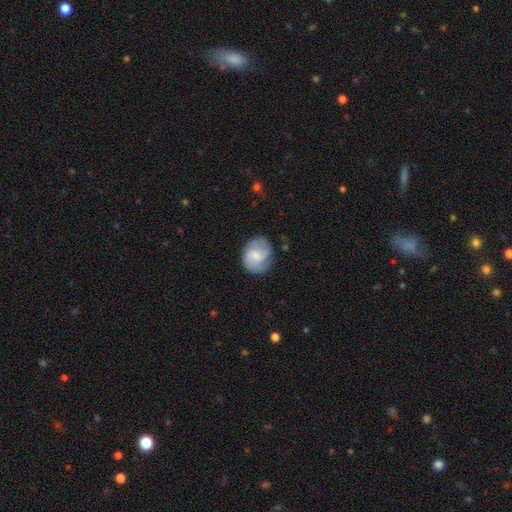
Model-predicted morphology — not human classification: Smooth or featured: featured or disk — 54% (smooth — 39%)
Edge-on disk: no — 98% (yes — 2%)
Bar: no — 53% (weak — 41%)
Spiral arms: yes — 88% (no — 12%)
Bulge size: small — 41% (moderate — 32%)
Merging: none — 70% (minor disturbance — 21%)